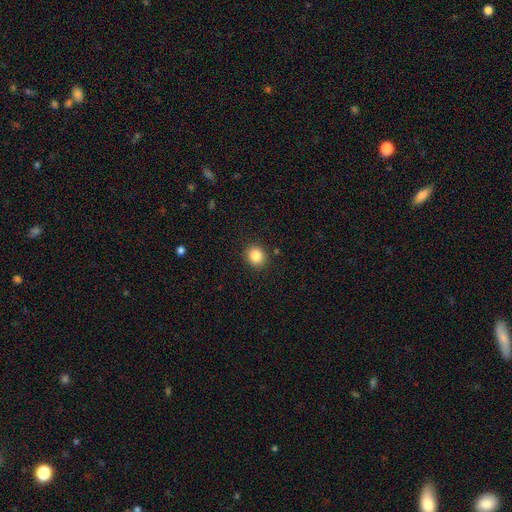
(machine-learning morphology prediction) A smooth galaxy with no disk features (84%) that is round (75%).

Vote fractions:
- Smooth or featured? smooth: 84% / star or artifact: 10% / featured or disk: 6%
- How rounded? round: 75% / in between: 24% / cigar-shaped: 1%
- Merging? none: 90% / minor disturbance: 7% / major disturbance: 2% / merger: 1%